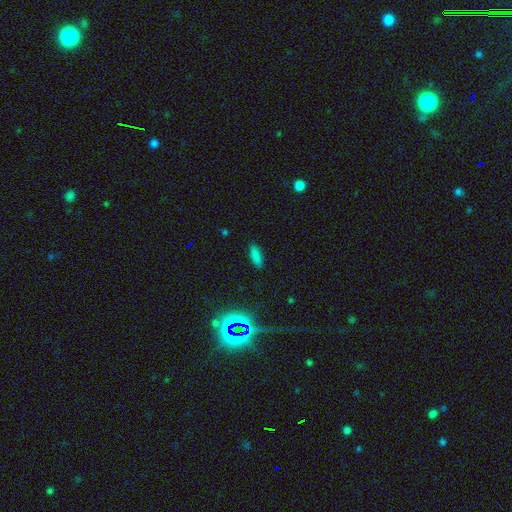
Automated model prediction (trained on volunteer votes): The model was most divided on "how rounded": in between: 66%, cigar-shaped: 32%, round: 2%. More confident: merging — none (87%); smooth or featured — smooth (80%).